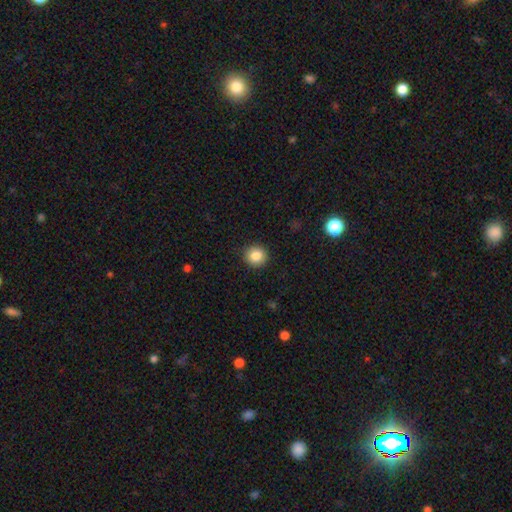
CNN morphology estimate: A smooth galaxy with no disk features (86%) that is round (92%).

Vote fractions:
- Smooth or featured? smooth: 86% / star or artifact: 9% / featured or disk: 5%
- How rounded? round: 92% / in between: 7% / cigar-shaped: 1%
- Merging? none: 91% / minor disturbance: 6% / major disturbance: 2% / merger: 1%